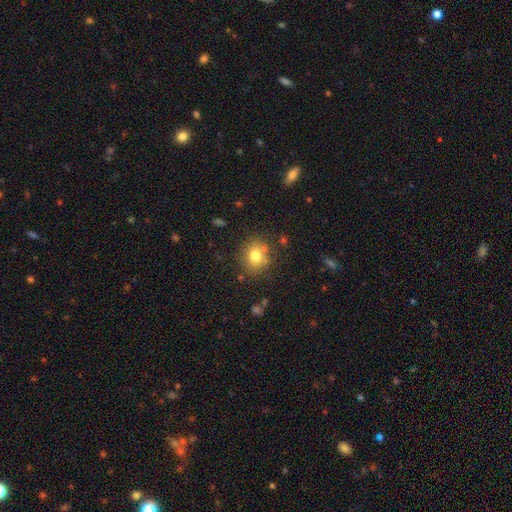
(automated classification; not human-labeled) A smooth galaxy with no disk features (78%) that is round (64%). Merging: none (76%).